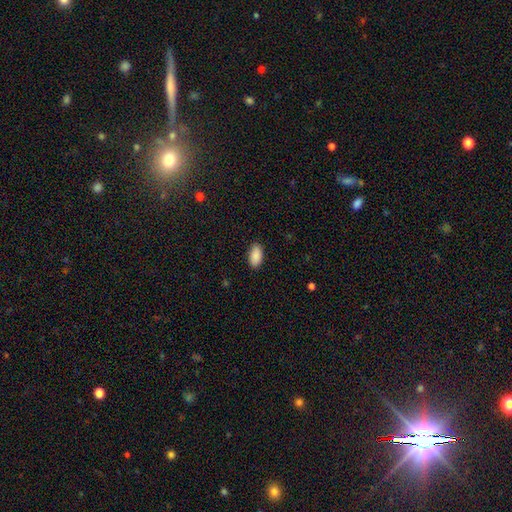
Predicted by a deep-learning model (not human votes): Smooth or featured?
  - smooth: 90% *
  - star or artifact: 7%
  - featured or disk: 3%
How rounded?
  - in between: 94% *
  - cigar-shaped: 3%
  - round: 3%
Merging?
  - none: 89% *
  - minor disturbance: 8%
  - major disturbance: 2%
  - merger: 1%